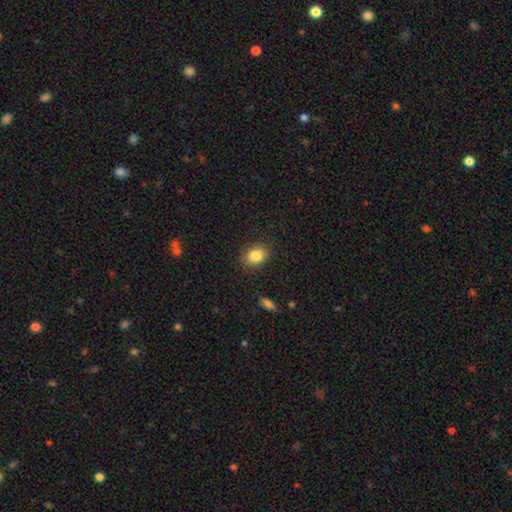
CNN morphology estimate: Smooth or featured?
  - smooth: 85% *
  - star or artifact: 9%
  - featured or disk: 7%
How rounded?
  - in between: 61% *
  - round: 37%
  - cigar-shaped: 1%
Merging?
  - none: 85% *
  - minor disturbance: 11%
  - major disturbance: 3%
  - merger: 1%